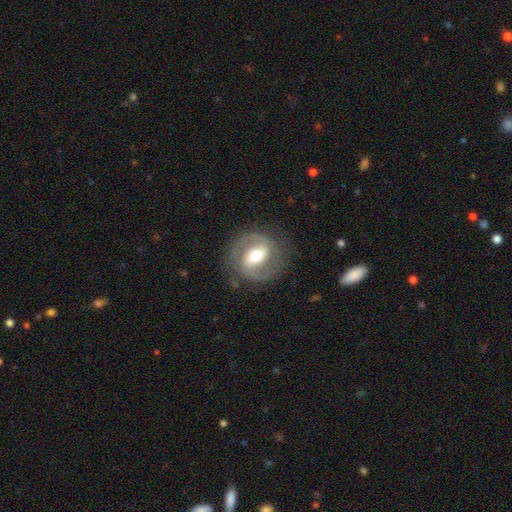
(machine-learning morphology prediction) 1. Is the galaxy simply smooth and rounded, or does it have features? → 82% featured or disk, 12% smooth, 5% star or artifact.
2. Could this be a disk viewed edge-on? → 97% no, 3% yes.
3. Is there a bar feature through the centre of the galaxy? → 40% weak (tied), 40% strong (tied), 20% no.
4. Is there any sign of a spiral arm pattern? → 90% yes, 10% no.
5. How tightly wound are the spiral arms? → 54% medium, 26% tight, 21% loose.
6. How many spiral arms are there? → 90% 2, 4% can't tell, 3% 1, 1% 3, 1% 4, 1% more than 4.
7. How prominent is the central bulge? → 71% moderate, 15% small, 13% large, 1% dominant, 1% none.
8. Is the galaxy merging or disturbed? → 81% none, 12% minor disturbance, 6% major disturbance, 1% merger.